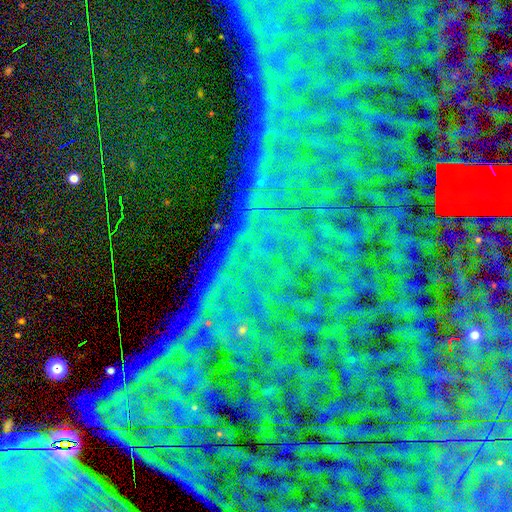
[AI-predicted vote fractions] Smooth or featured: star or artifact — 86% (featured or disk — 8%)